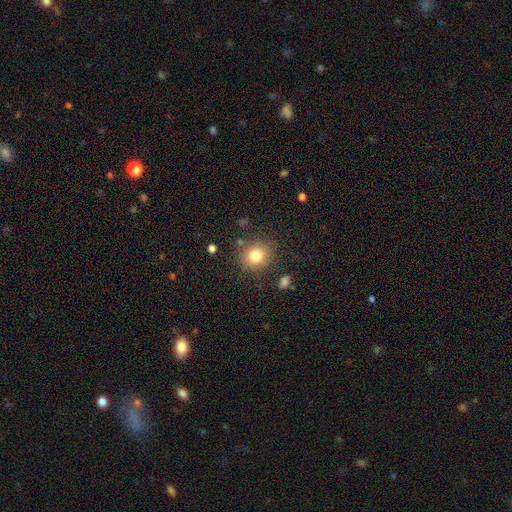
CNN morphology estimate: This appears to be a smooth galaxy with no disk features (80%) that is round (82%). Merging: none (83%).